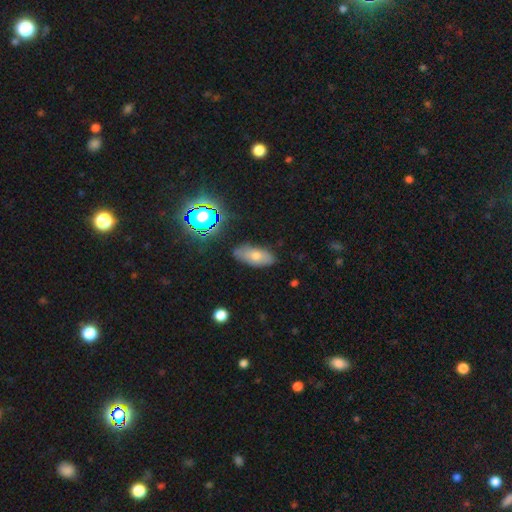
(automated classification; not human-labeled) Overall: smooth (64%). How rounded: in between (85%). Merging: none (82%).